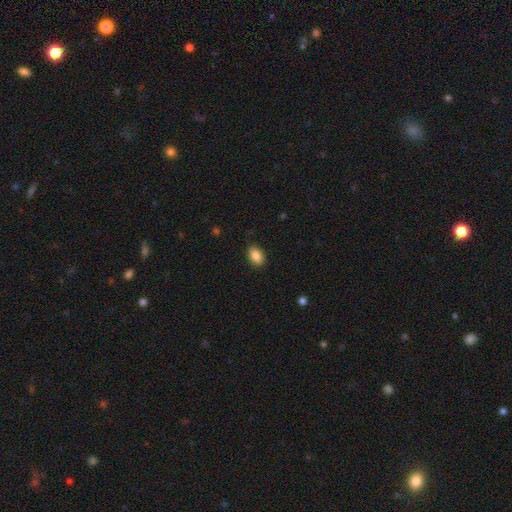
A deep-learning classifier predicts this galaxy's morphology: Smooth or featured: smooth — 88% (star or artifact — 8%)
How rounded: in between — 89% (round — 10%)
Merging: none — 86% (minor disturbance — 10%)